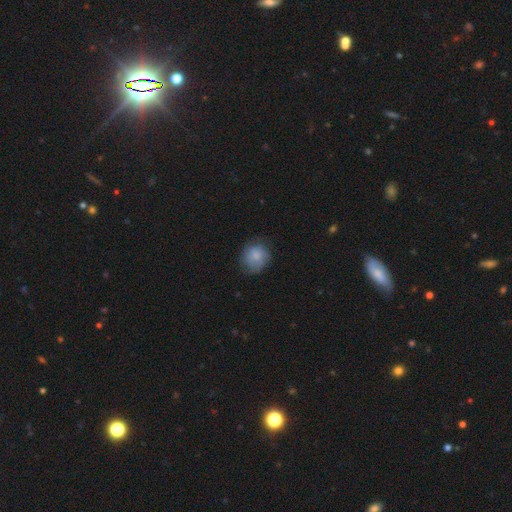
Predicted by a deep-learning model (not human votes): The model was most divided on "merging": none: 66%, minor disturbance: 24%, major disturbance: 9%, merger: 1%. More confident: how rounded — round (77%); smooth or featured — smooth (76%).